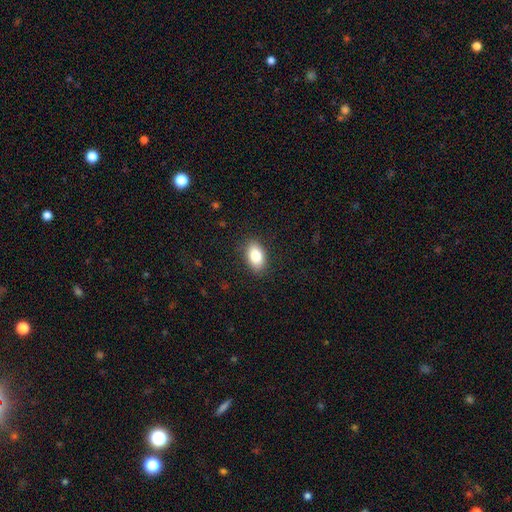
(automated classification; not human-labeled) smooth 84%, featured or disk 8%, star or artifact 8%. Down the decision tree: how rounded — in between (91%); merging — none (87%).